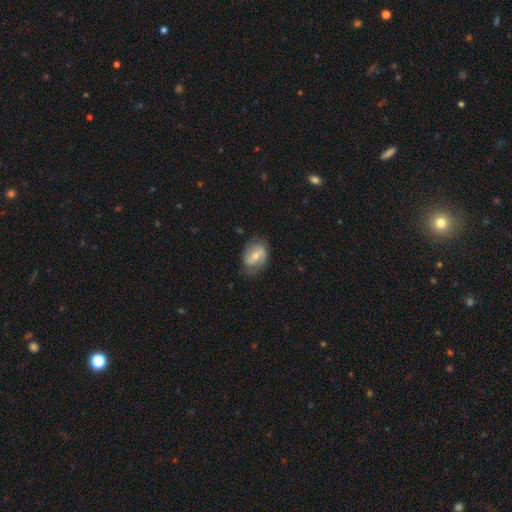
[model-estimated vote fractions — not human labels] This appears to be a featured or disk galaxy (59%) with a weak bar (47%), spiral arms (77%) and a moderate central bulge (55%). Merging: none (67%).